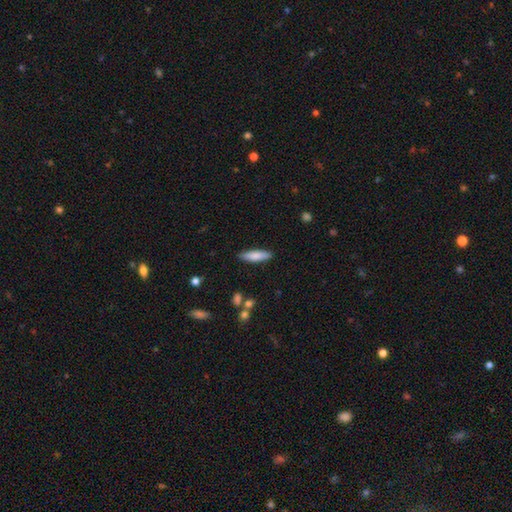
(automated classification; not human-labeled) A smooth galaxy with no disk features (81%) that is cigar-shaped (64%).

Vote fractions:
- Smooth or featured? smooth: 81% / featured or disk: 13% / star or artifact: 6%
- How rounded? cigar-shaped: 64% / in between: 34% / round: 2%
- Merging? none: 87% / minor disturbance: 9% / major disturbance: 2% / merger: 1%